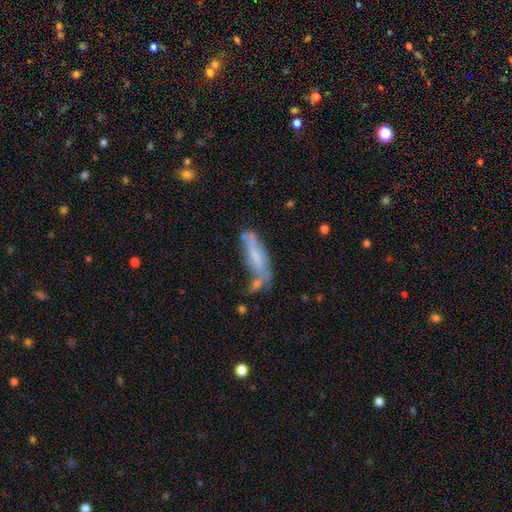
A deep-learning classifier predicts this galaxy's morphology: Smooth or featured: featured or disk — 49% (smooth — 42%)
Merging: none — 39% (minor disturbance — 27%)